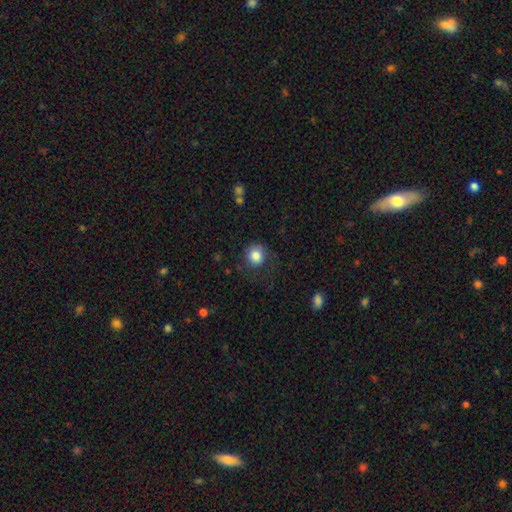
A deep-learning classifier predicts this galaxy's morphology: smooth-or-featured: smooth: 84% | star or artifact: 9% | featured or disk: 7%
  how-rounded: round: 85% | in between: 14% | cigar-shaped: 1%
  merging: none: 70% | minor disturbance: 17% | major disturbance: 11% | merger: 2%